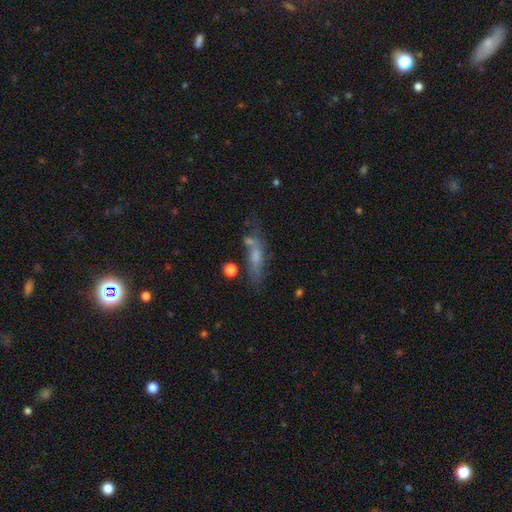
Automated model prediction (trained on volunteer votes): This is possibly a smooth galaxy (46%). Merging: marginally none (45%).